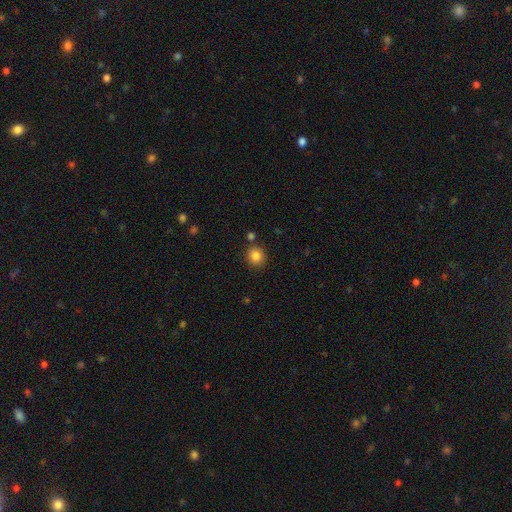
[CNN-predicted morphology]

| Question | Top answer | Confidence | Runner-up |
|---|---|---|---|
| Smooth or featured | smooth | 85% | star or artifact (10%) |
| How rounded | round | 82% | in between (17%) |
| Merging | none | 81% | minor disturbance (10%) |